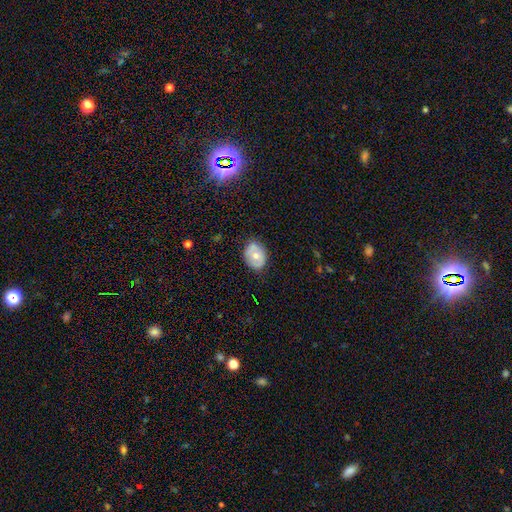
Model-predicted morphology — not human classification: Smooth or featured?
  - smooth: 55% *
  - featured or disk: 37%
  - star or artifact: 8%
How rounded?
  - in between: 62% *
  - round: 37%
  - cigar-shaped: 1%
Merging?
  - none: 73% *
  - minor disturbance: 20%
  - major disturbance: 4%
  - merger: 3%